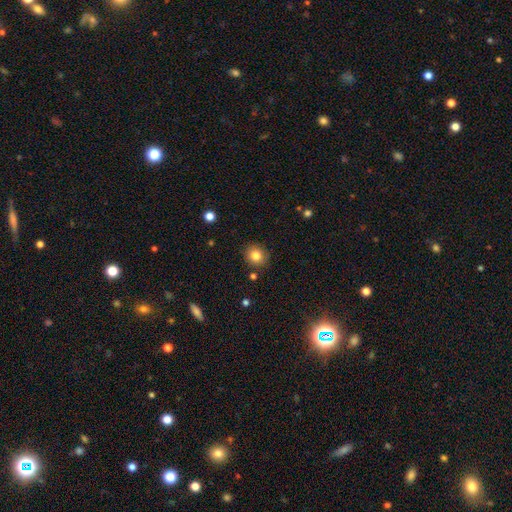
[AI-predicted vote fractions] smooth_or_featured: smooth (p=0.81) [alt: star or artifact p=0.11]
how_rounded: round (p=0.88) [alt: in between p=0.11]
merging: none (p=0.88) [alt: minor disturbance p=0.08]